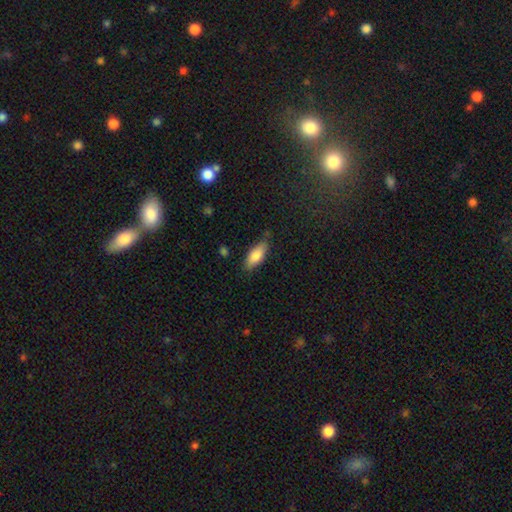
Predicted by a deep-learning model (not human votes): smooth 81%, featured or disk 13%, star or artifact 6%. Down the decision tree: how rounded — in between (75%); merging — none (76%).